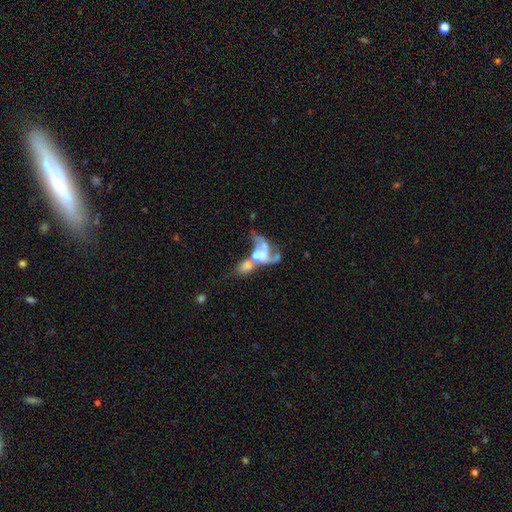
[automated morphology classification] Smooth or featured?
  - featured or disk: 60% *
  - smooth: 29%
  - star or artifact: 11%
Edge-on disk?
  - no: 96% *
  - yes: 4%
Bar?
  - no: 74% *
  - weak: 19%
  - strong: 7%
Spiral arms?
  - yes: 51% *
  - no: 49%
Bulge size?
  - none: 33% *
  - moderate: 28%
  - small: 26%
  - large: 10%
  - dominant: 3%
Merging?
  - merger: 64% *
  - major disturbance: 19%
  - none: 11%
  - minor disturbance: 6%